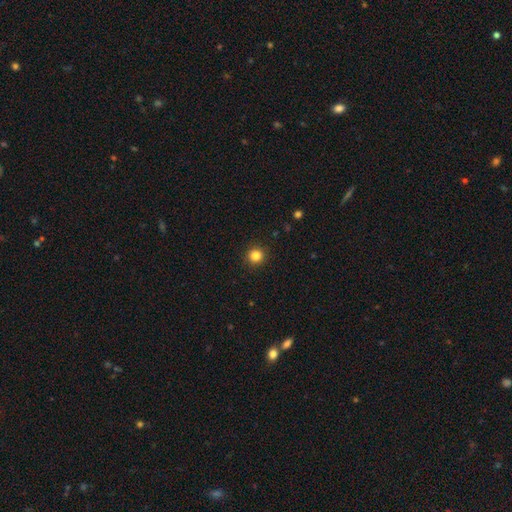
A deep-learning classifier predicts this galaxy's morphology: type=smooth (84%); roundness=round (94%); merging=none (92%).